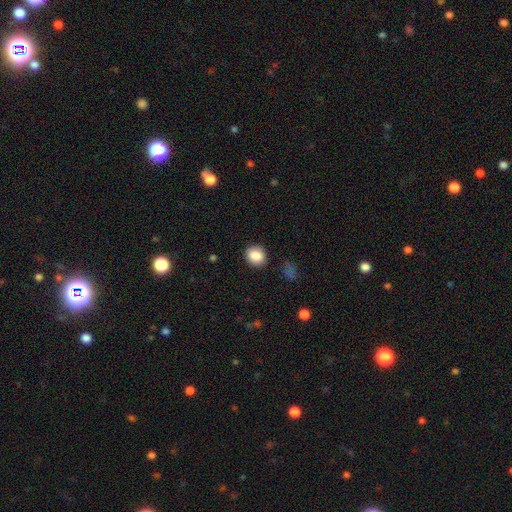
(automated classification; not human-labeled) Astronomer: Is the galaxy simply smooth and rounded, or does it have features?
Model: smooth — 86%.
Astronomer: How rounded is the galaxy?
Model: round — 71%.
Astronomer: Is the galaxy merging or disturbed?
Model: none — 87%.